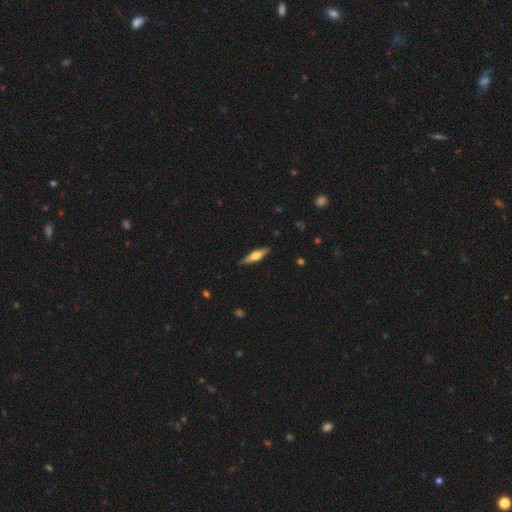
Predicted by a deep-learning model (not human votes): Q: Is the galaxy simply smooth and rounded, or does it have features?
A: featured or disk — 57%.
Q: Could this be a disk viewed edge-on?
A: yes — 96%.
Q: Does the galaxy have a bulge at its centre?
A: rounded — 86%.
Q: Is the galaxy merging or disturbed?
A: none — 87%.